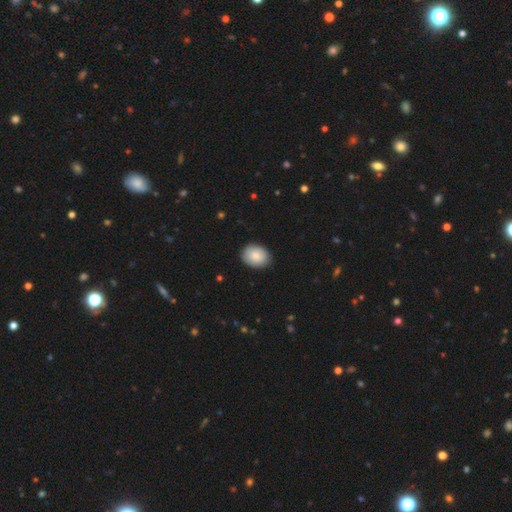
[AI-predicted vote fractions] Q: Smooth or featured?
A: smooth (87%); runner-up: featured or disk (7%)
Q: How rounded?
A: in between (64%); runner-up: round (35%)
Q: Merging?
A: none (87%); runner-up: minor disturbance (10%)